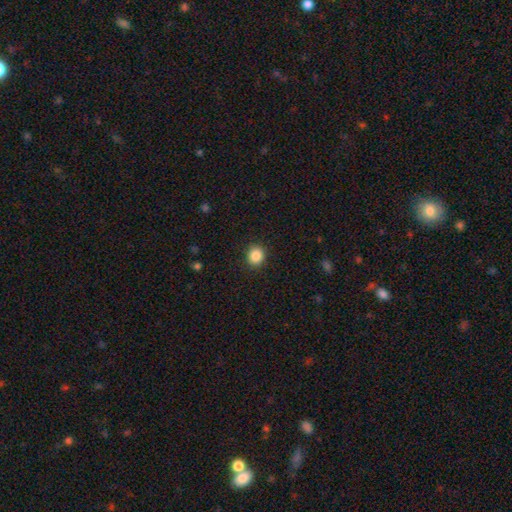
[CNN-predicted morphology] This is clearly a smooth galaxy (87%). How rounded: likely round (78%). Merging: clearly none (90%).